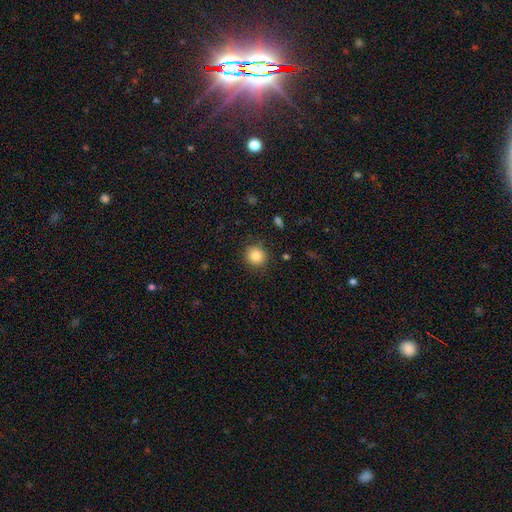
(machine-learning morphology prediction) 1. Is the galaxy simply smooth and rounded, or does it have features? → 83% smooth, 10% star or artifact, 7% featured or disk.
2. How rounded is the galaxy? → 91% round, 8% in between, 1% cigar-shaped.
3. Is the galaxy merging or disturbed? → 88% none, 8% minor disturbance, 2% major disturbance, 1% merger.